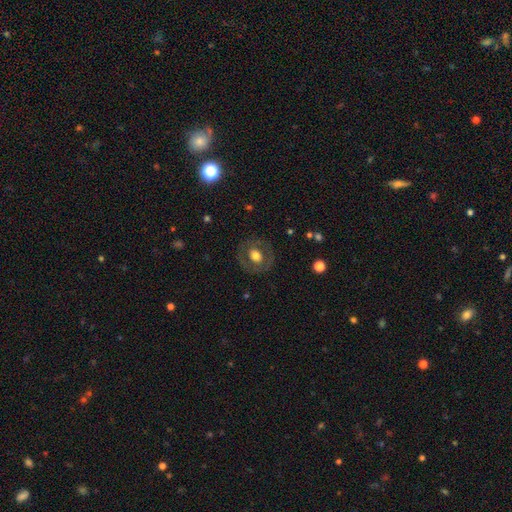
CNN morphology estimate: smooth_or_featured: smooth (p=0.55) [alt: featured or disk p=0.38]
how_rounded: round (p=0.73) [alt: in between p=0.26]
merging: none (p=0.82) [alt: minor disturbance p=0.11]